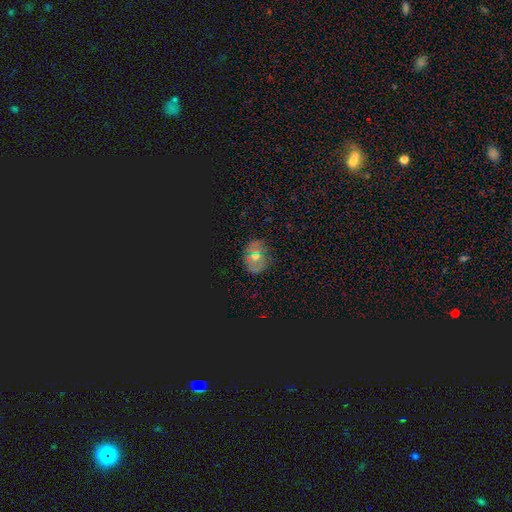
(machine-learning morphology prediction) smooth-or-featured: smooth: 40% | star or artifact: 39% | featured or disk: 21%
  merging: none: 80% | minor disturbance: 13% | major disturbance: 5% | merger: 2%